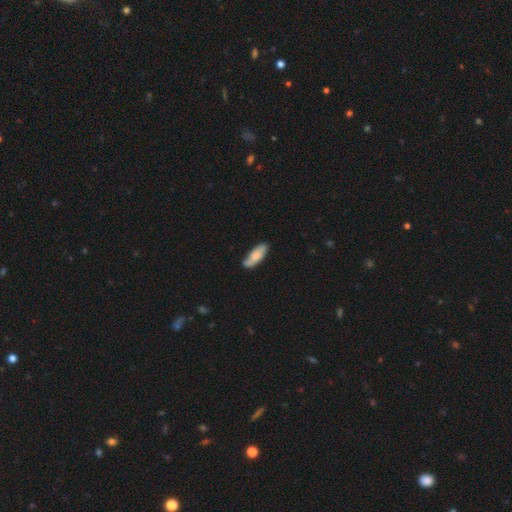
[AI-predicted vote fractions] This appears to be a smooth galaxy with no disk features (71%) that is in between round and cigar-shaped (68%). Merging: none (69%).